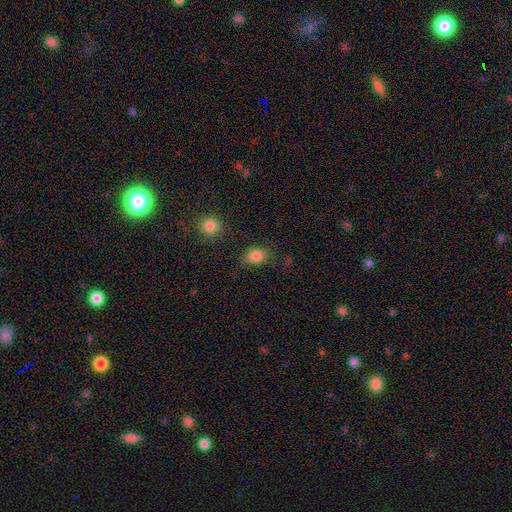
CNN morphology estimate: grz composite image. It shows a smooth galaxy with no disk features (83%) that is in between round and cigar-shaped (60%). Merging: none (66%).